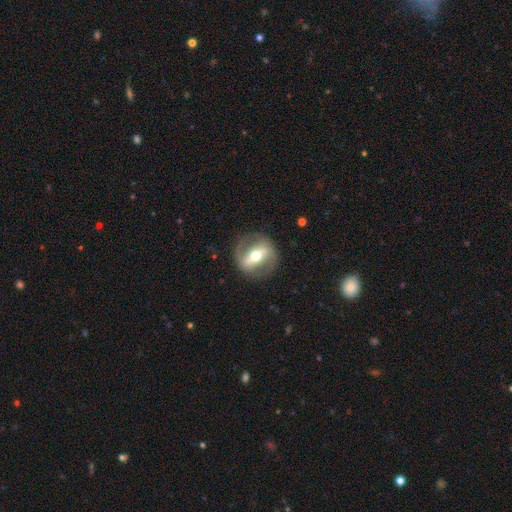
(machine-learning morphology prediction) type=featured or disk (76%); edge-on=no (85%); bar=strong (68%); spiral arms=yes (56%); bulge=moderate (70%); merging=none (82%).